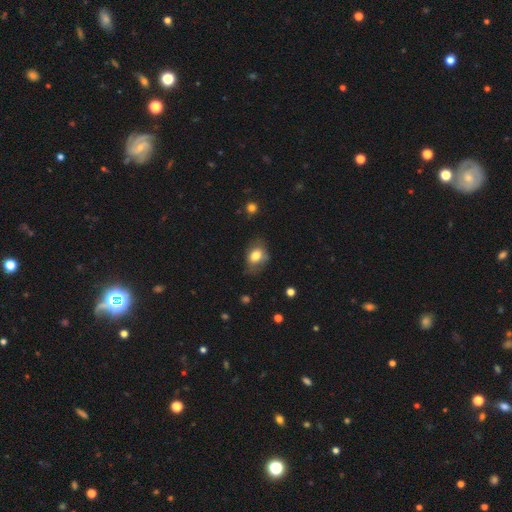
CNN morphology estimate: A smooth galaxy with no disk features (75%) that is in between round and cigar-shaped (73%). Merging: none (61%).